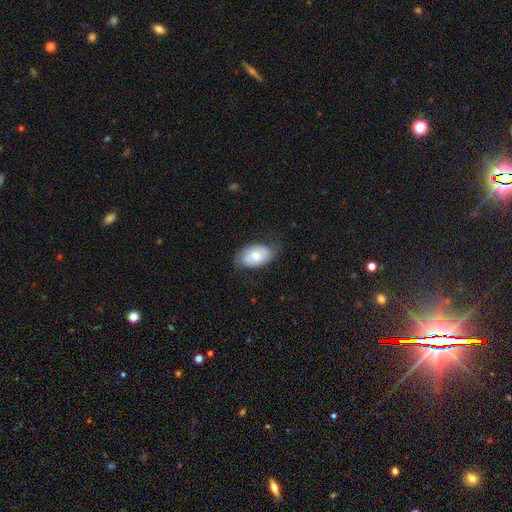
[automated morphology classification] Smooth or featured? smooth (64%)
How rounded? in between (92%)
Merging? none (67%)